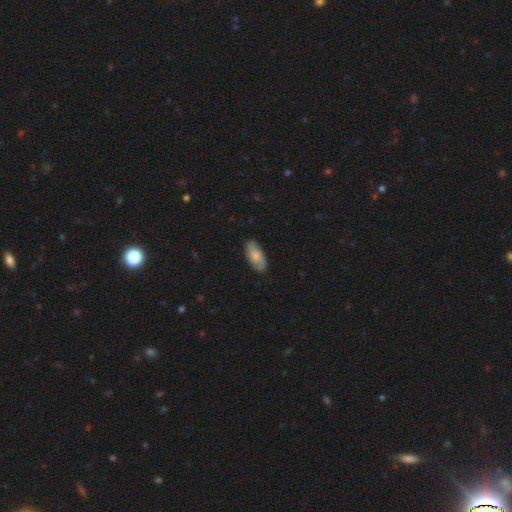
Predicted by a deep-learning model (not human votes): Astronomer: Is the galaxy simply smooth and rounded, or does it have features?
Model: smooth — 69%.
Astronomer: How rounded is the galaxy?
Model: in between — 88%.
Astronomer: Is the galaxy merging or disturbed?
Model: none — 80%.